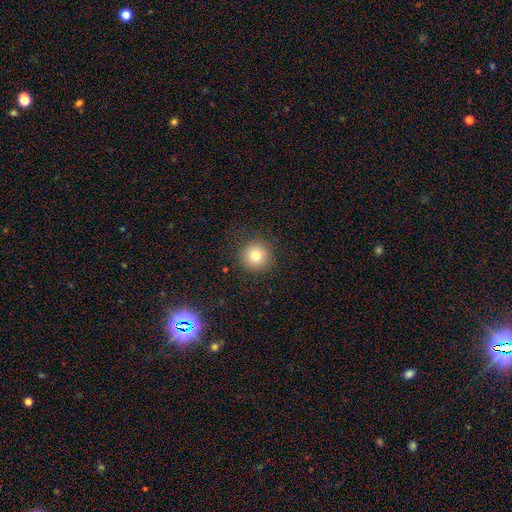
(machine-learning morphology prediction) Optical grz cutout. It shows a smooth galaxy with no disk features (78%) that is round (94%). Merging: none (88%).